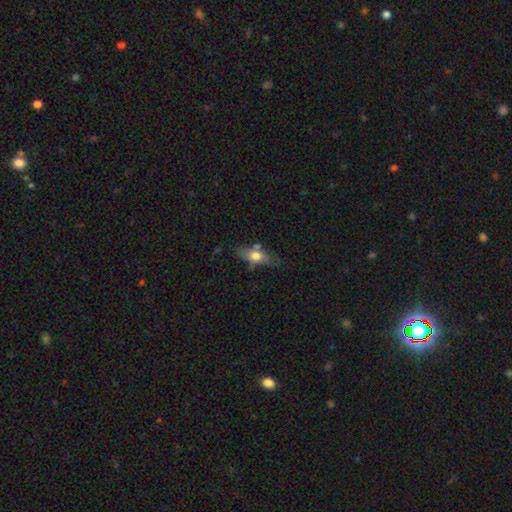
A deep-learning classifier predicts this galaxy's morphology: This is possibly a smooth galaxy (60%). How rounded: likely in between (69%). Merging: possibly none (54%).